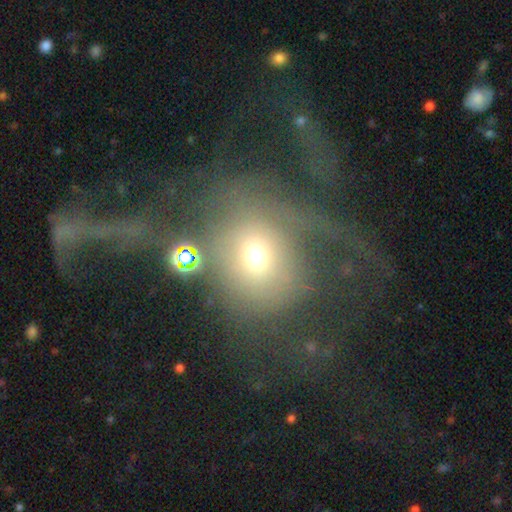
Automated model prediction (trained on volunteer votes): A smooth galaxy with no disk features (44%).

Vote fractions:
- Smooth or featured? smooth: 44% / featured or disk: 40% / star or artifact: 16%
- Merging? major disturbance: 56% / none: 23% / minor disturbance: 11% / merger: 10%